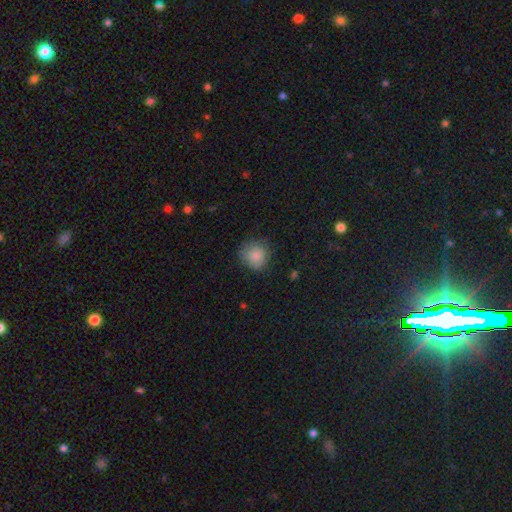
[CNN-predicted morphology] smooth-or-featured: smooth: 85% | star or artifact: 9% | featured or disk: 6%
  how-rounded: round: 85% | in between: 14% | cigar-shaped: 1%
  merging: none: 73% | minor disturbance: 20% | major disturbance: 6% | merger: 1%